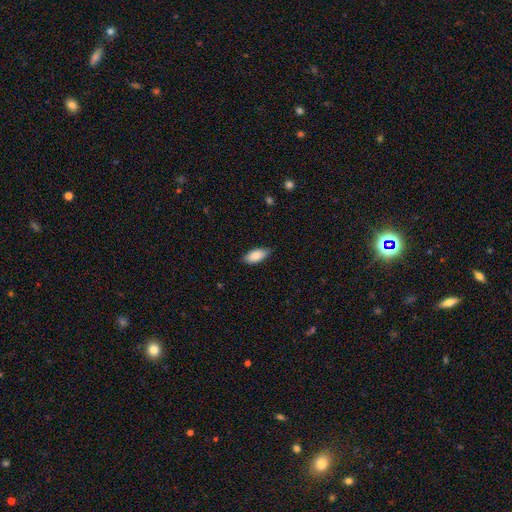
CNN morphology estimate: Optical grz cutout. It shows a smooth galaxy with no disk features (86%) that is in between round and cigar-shaped (90%). Merging: none (79%).